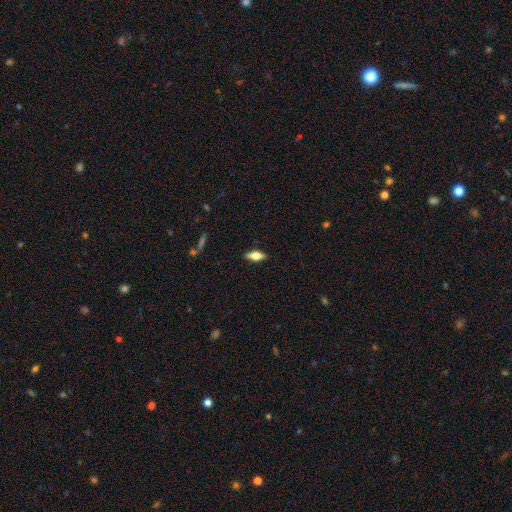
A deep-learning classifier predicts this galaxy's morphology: A smooth galaxy with no disk features (53%) that is in between round and cigar-shaped (72%).

Vote fractions:
- Smooth or featured? smooth: 53% / featured or disk: 39% / star or artifact: 8%
- How rounded? in between: 72% / cigar-shaped: 24% / round: 4%
- Merging? none: 86% / minor disturbance: 10% / major disturbance: 2% / merger: 1%